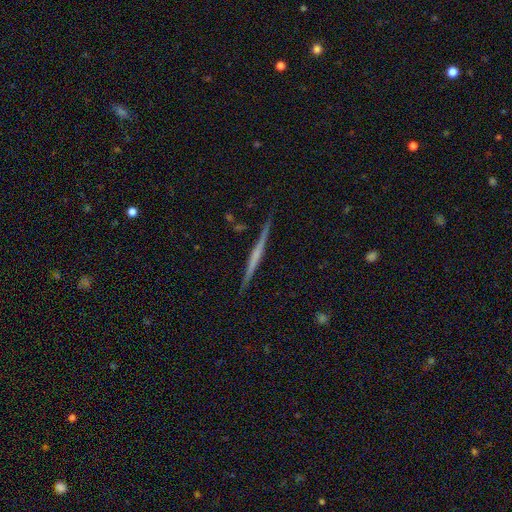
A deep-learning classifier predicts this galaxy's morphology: Q: Smooth or featured?
A: featured or disk (72%); runner-up: smooth (22%)
Q: Edge-on disk?
A: yes (98%); runner-up: no (2%)
Q: Edge-on bulge?
A: none (59%); runner-up: rounded (28%)
Q: Merging?
A: none (91%); runner-up: minor disturbance (6%)